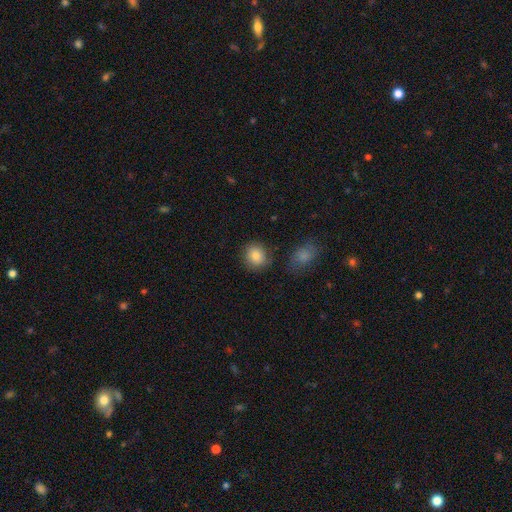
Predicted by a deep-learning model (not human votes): Smooth or featured?
  - smooth: 84% *
  - star or artifact: 8%
  - featured or disk: 7%
How rounded?
  - round: 83% *
  - in between: 16%
  - cigar-shaped: 1%
Merging?
  - none: 82% *
  - minor disturbance: 10%
  - merger: 5%
  - major disturbance: 3%